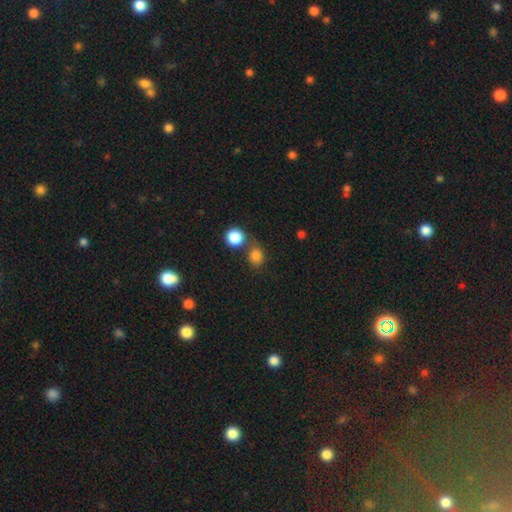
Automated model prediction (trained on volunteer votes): This appears to be a smooth galaxy with no disk features (81%) that is round (75%). Merging: none (56%).